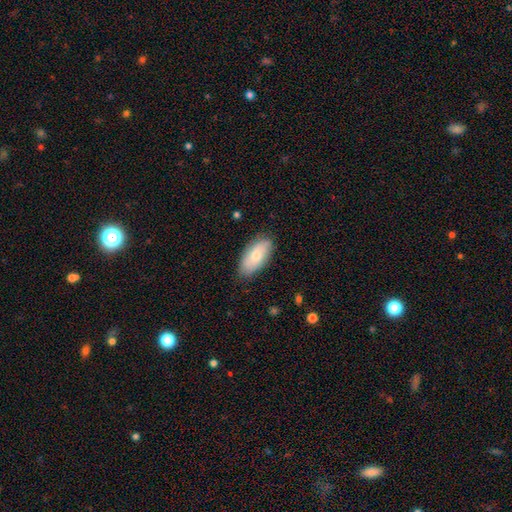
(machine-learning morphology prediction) A smooth galaxy with no disk features (70%) that is in between round and cigar-shaped (92%).

Vote fractions:
- Smooth or featured? smooth: 70% / featured or disk: 24% / star or artifact: 6%
- How rounded? in between: 92% / cigar-shaped: 6% / round: 2%
- Merging? none: 82% / minor disturbance: 14% / major disturbance: 3% / merger: 1%